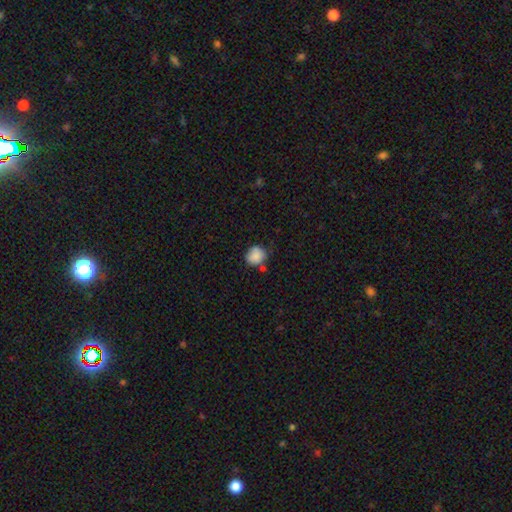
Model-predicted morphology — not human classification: This is clearly a smooth galaxy (86%). How rounded: likely round (76%). Merging: likely none (64%).